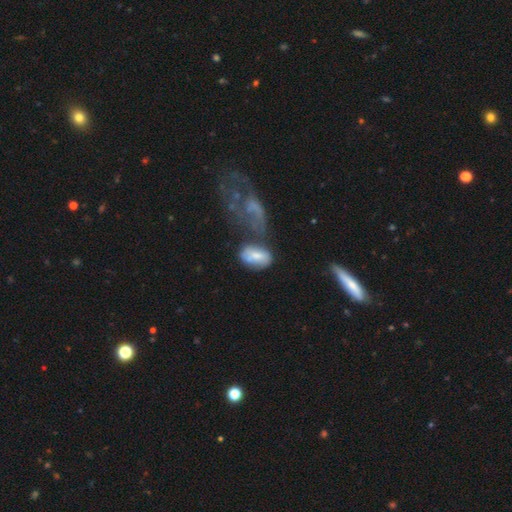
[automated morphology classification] Smooth or featured? Predicted: smooth (p=0.64). How rounded? Predicted: in between (p=0.90). Merging? Predicted: none (p=0.35).